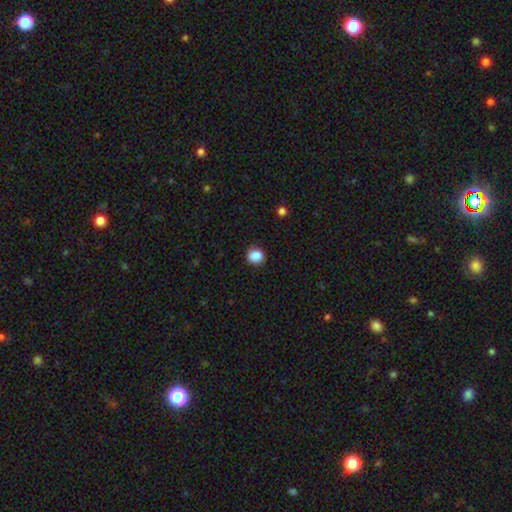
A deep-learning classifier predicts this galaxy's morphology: smooth 86%, star or artifact 9%, featured or disk 5%. Down the decision tree: how rounded — round (75%); merging — none (84%).